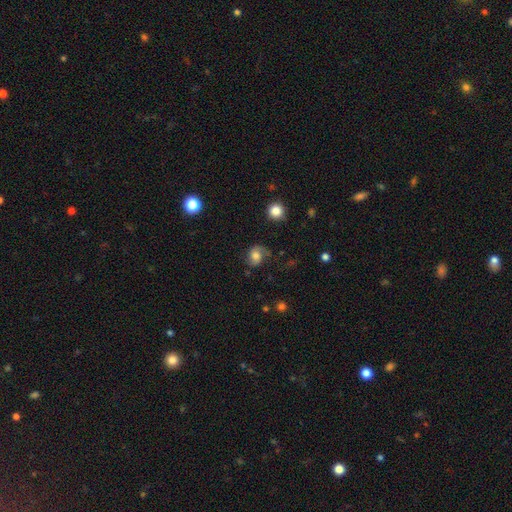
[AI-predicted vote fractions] This is possibly a smooth galaxy (48%). Merging: possibly none (58%).